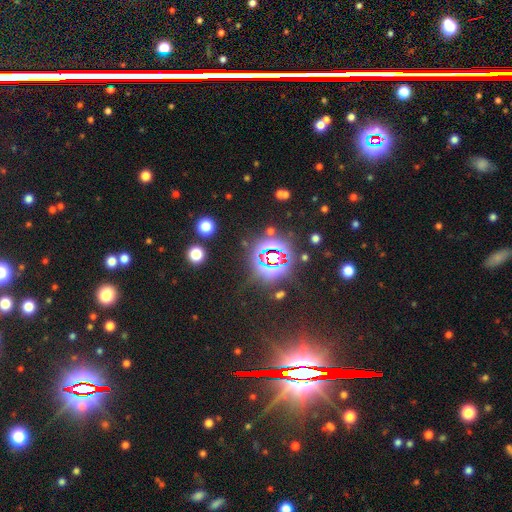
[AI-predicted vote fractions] The model was most divided on "smooth or featured": star or artifact: 78%, featured or disk: 11%, smooth: 11%.